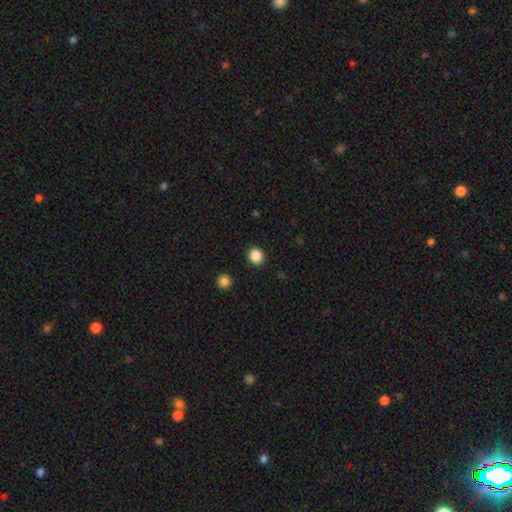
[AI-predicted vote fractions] A smooth galaxy with no disk features (87%) that is round (85%). Merging: none (91%).